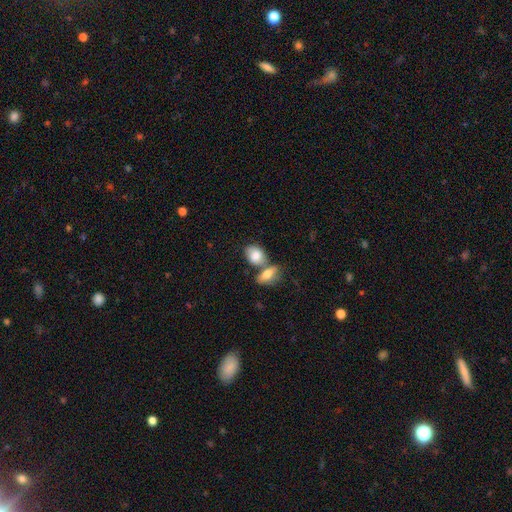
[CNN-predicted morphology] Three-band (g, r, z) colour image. It shows a smooth galaxy with no disk features (81%) that is in between round and cigar-shaped (81%). Merging: merger (47%).